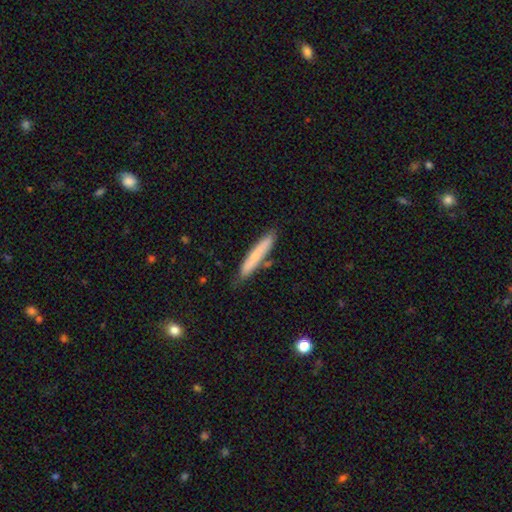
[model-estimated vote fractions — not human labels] smooth-or-featured: smooth: 66% | featured or disk: 28% | star or artifact: 6%
  how-rounded: cigar-shaped: 92% | in between: 6% | round: 1%
  merging: none: 79% | minor disturbance: 15% | merger: 4% | major disturbance: 2%